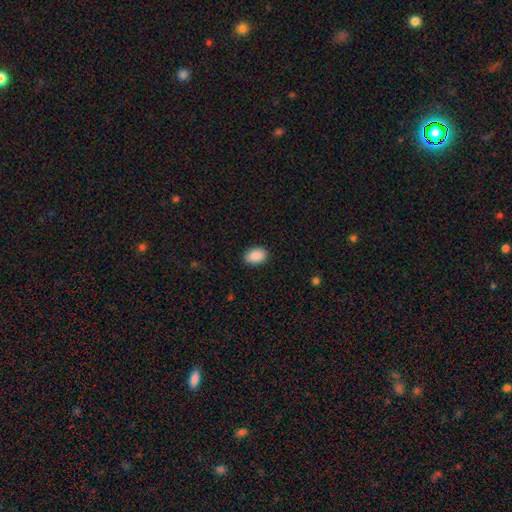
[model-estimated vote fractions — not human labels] This is clearly a smooth galaxy (90%). How rounded: clearly in between (85%). Merging: clearly none (89%).